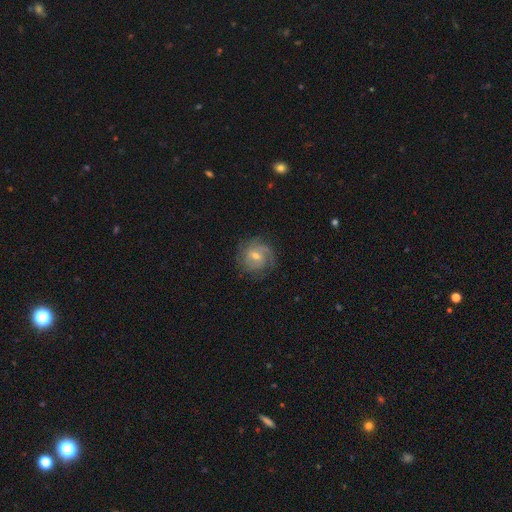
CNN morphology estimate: Smooth or featured?
  - featured or disk: 74% *
  - smooth: 17%
  - star or artifact: 9%
Edge-on disk?
  - no: 97% *
  - yes: 3%
Bar?
  - no: 47% *
  - weak: 43%
  - strong: 9%
Spiral arms?
  - yes: 93% *
  - no: 7%
Spiral winding?
  - tight: 58% *
  - medium: 32%
  - loose: 10%
Spiral arm count?
  - can't tell: 32% *
  - 2: 31%
  - 3: 19%
  - 1: 7%
  - 4: 6%
  - more than 4: 4%
Bulge size?
  - moderate: 51% *
  - small: 44%
  - large: 2%
  - none: 1%
  - dominant: 1%
Merging?
  - none: 78% *
  - minor disturbance: 15%
  - major disturbance: 7%
  - merger: 1%